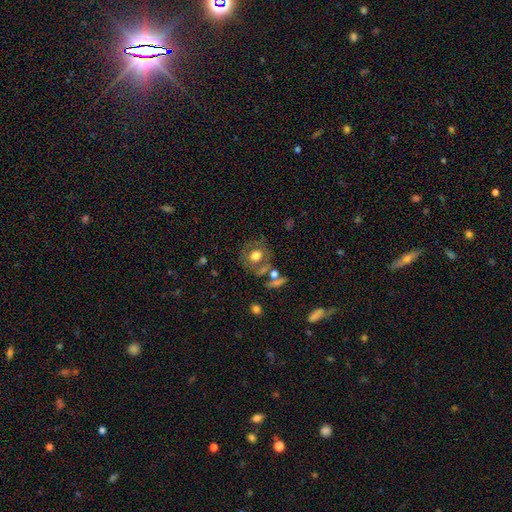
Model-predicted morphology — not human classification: A smooth galaxy with no disk features (57%) that is round (79%).

Vote fractions:
- Smooth or featured? smooth: 57% / featured or disk: 33% / star or artifact: 10%
- How rounded? round: 79% / in between: 20% / cigar-shaped: 1%
- Merging? none: 64% / minor disturbance: 15% / merger: 14% / major disturbance: 7%